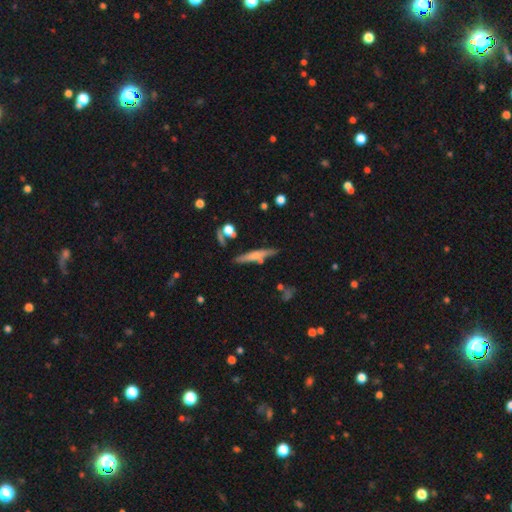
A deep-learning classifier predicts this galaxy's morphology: The model was most divided on "smooth or featured": smooth: 51%, featured or disk: 41%, star or artifact: 8%. More confident: how rounded — cigar-shaped (88%); merging — none (73%).